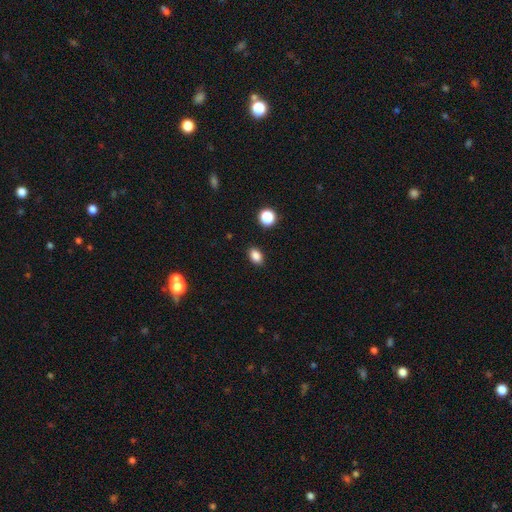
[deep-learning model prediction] Smooth or featured? smooth (85%)
How rounded? in between (80%)
Merging? none (89%)